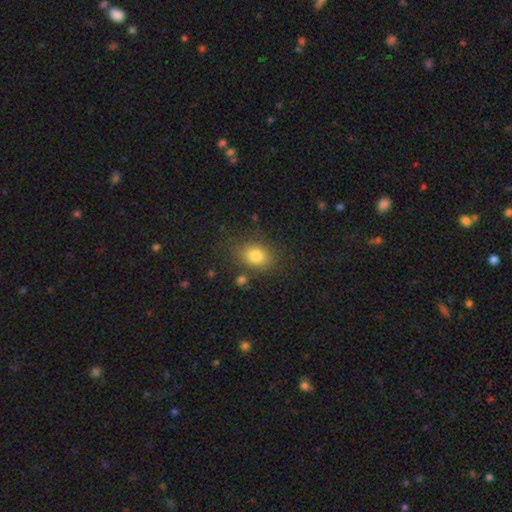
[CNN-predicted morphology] smooth_or_featured: smooth (p=0.81) [alt: star or artifact p=0.11]
how_rounded: in between (p=0.57) [alt: round p=0.42]
merging: none (p=0.77) [alt: minor disturbance p=0.14]